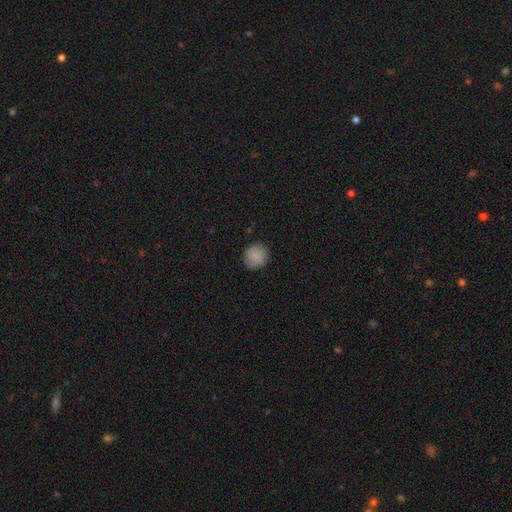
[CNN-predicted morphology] Overall: smooth (86%). How rounded: round (84%). Merging: none (84%).